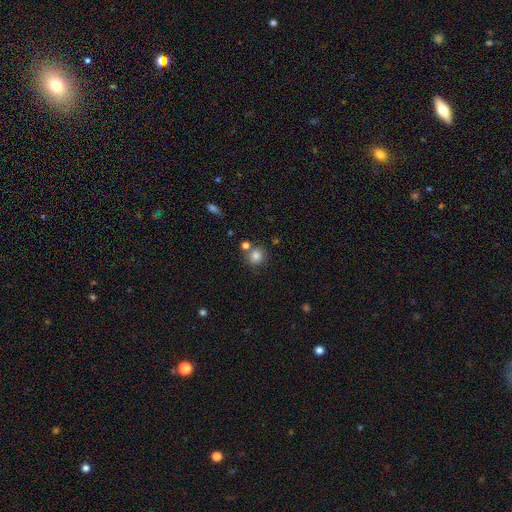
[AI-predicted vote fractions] smooth_or_featured: smooth (p=0.83) [alt: star or artifact p=0.11]
how_rounded: round (p=0.86) [alt: in between p=0.13]
merging: none (p=0.70) [alt: merger p=0.15]